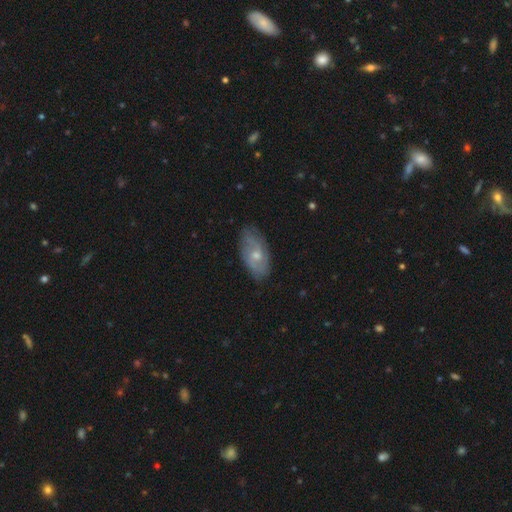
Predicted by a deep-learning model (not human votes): Smooth or featured?
  - featured or disk: 64% *
  - smooth: 30%
  - star or artifact: 6%
Edge-on disk?
  - no: 92% *
  - yes: 8%
Bar?
  - no: 65% *
  - weak: 31%
  - strong: 4%
Spiral arms?
  - yes: 81% *
  - no: 19%
Bulge size?
  - moderate: 52% *
  - small: 43%
  - none: 2%
  - large: 2%
  - dominant: 1%
Merging?
  - none: 76% *
  - minor disturbance: 19%
  - major disturbance: 4%
  - merger: 1%